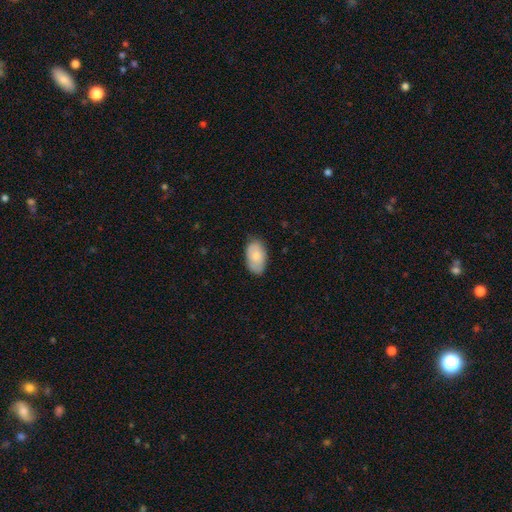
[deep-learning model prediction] Overall: smooth (80%). How rounded: in between (94%). Merging: none (78%).